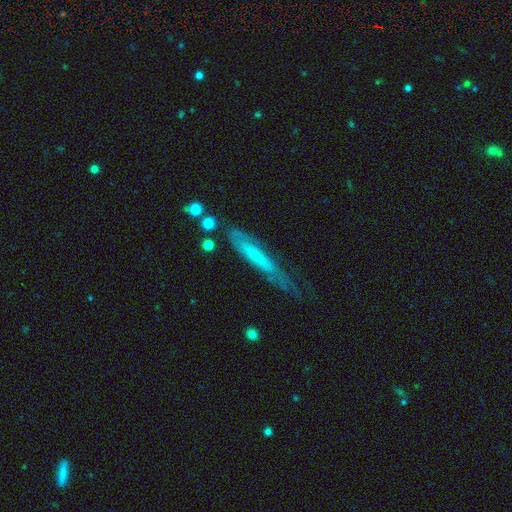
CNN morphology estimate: A smooth galaxy with no disk features (47%). Merging: none (55%).